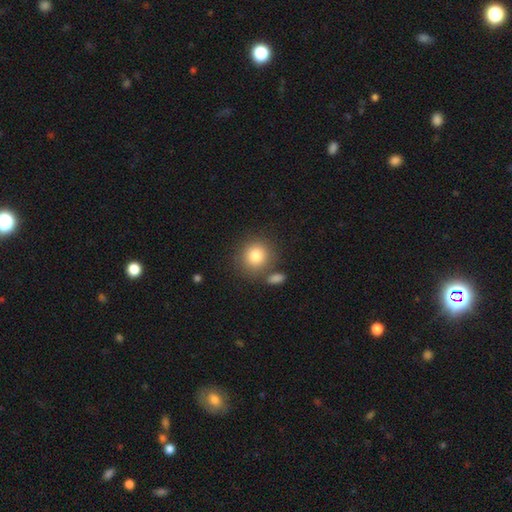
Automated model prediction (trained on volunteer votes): The model was most divided on "merging": none: 74%, merger: 12%, minor disturbance: 10%, major disturbance: 4%. More confident: how rounded — round (87%); smooth or featured — smooth (82%).